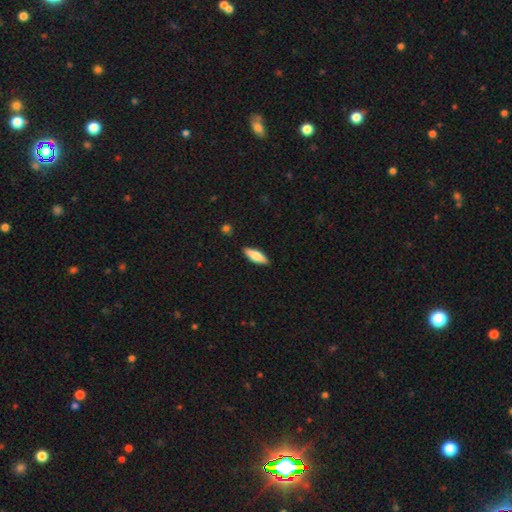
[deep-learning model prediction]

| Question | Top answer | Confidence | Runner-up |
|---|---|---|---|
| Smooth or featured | smooth | 73% | featured or disk (21%) |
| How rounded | in between | 52% | cigar-shaped (46%) |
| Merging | none | 88% | minor disturbance (9%) |